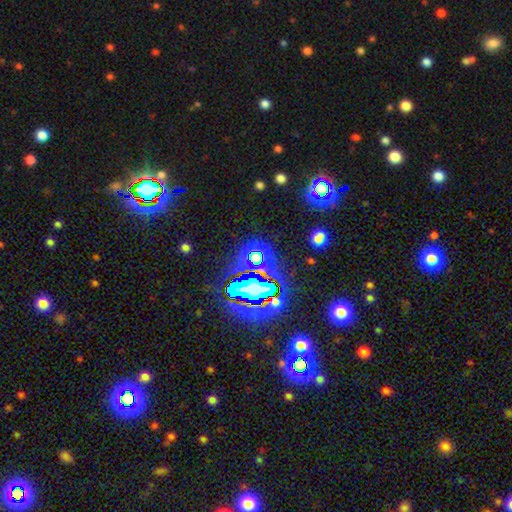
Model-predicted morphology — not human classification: Overall: star or artifact (74%).